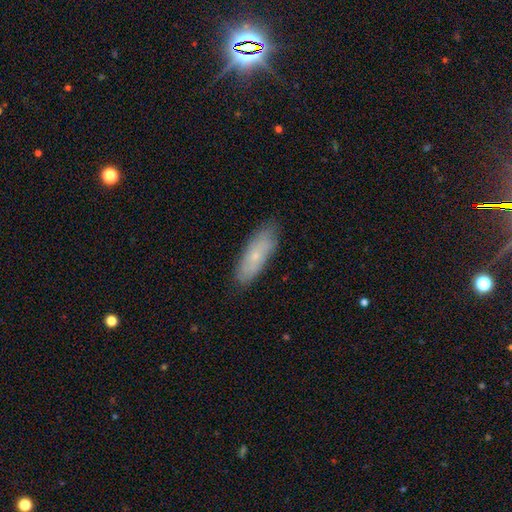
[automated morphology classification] Smooth or featured? smooth (58%)
How rounded? in between (59%)
Merging? none (83%)